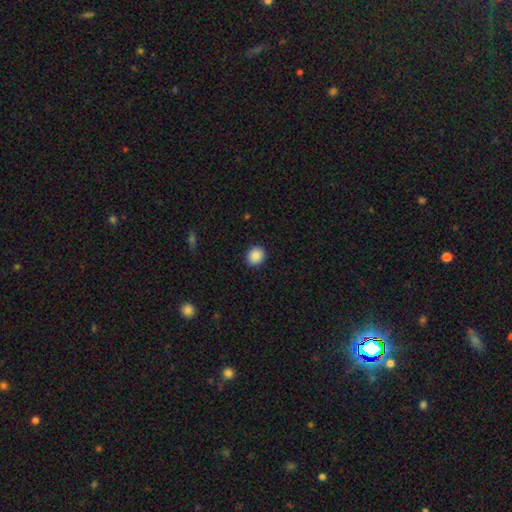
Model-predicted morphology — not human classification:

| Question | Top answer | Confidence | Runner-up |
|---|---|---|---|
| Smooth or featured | smooth | 88% | star or artifact (8%) |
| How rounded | round | 79% | in between (20%) |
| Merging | none | 92% | minor disturbance (6%) |